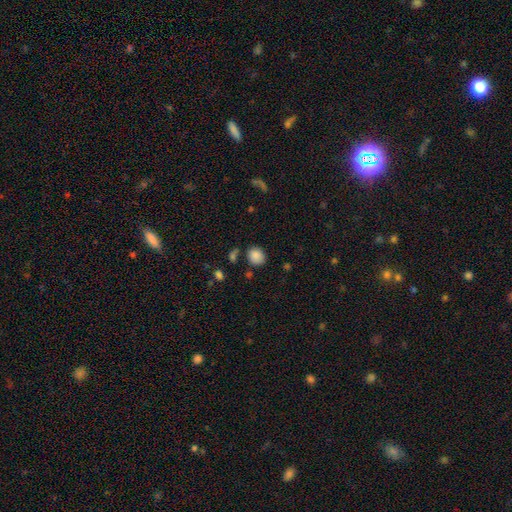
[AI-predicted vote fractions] Morphology: type=smooth (86%); roundness=round (70%); merging=none (75%).